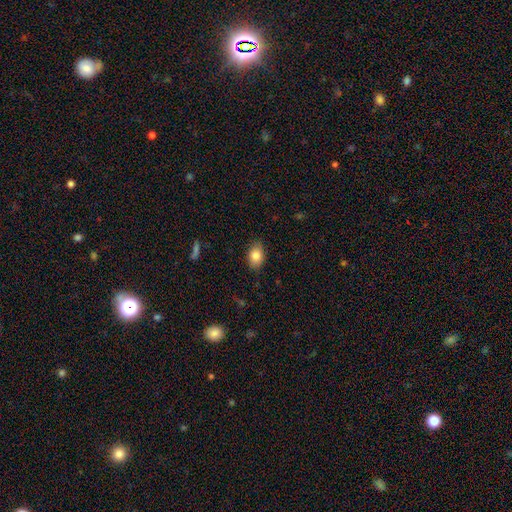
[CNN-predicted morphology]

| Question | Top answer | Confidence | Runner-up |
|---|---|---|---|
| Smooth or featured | smooth | 84% | featured or disk (8%) |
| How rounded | in between | 83% | round (16%) |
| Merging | none | 85% | minor disturbance (12%) |